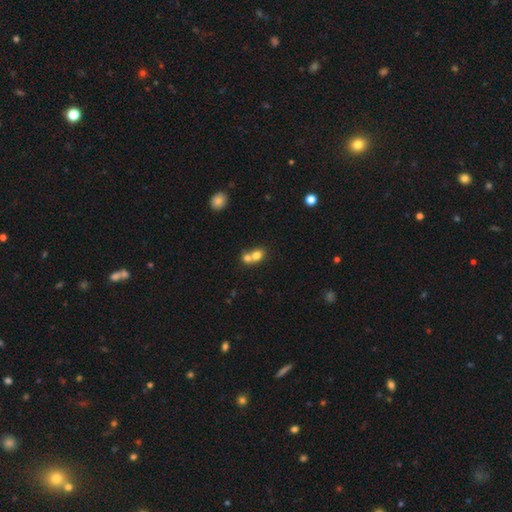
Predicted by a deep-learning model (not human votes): A smooth galaxy with no disk features (75%) that is round (60%). Merging: merger (64%).